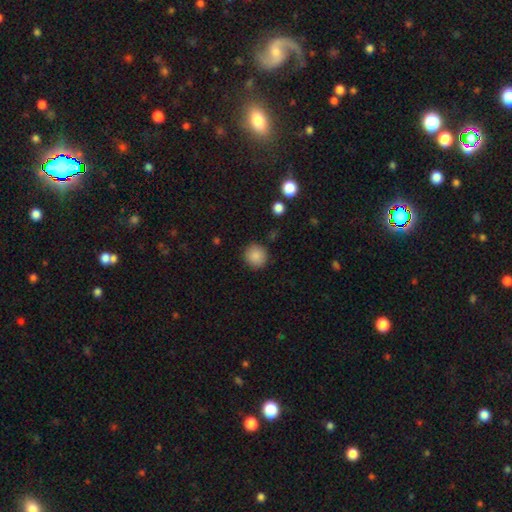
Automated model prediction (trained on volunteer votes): A smooth galaxy with no disk features (88%) that is round (92%).

Vote fractions:
- Smooth or featured? smooth: 88% / star or artifact: 9% / featured or disk: 4%
- How rounded? round: 92% / in between: 7% / cigar-shaped: 1%
- Merging? none: 90% / minor disturbance: 7% / major disturbance: 2% / merger: 2%